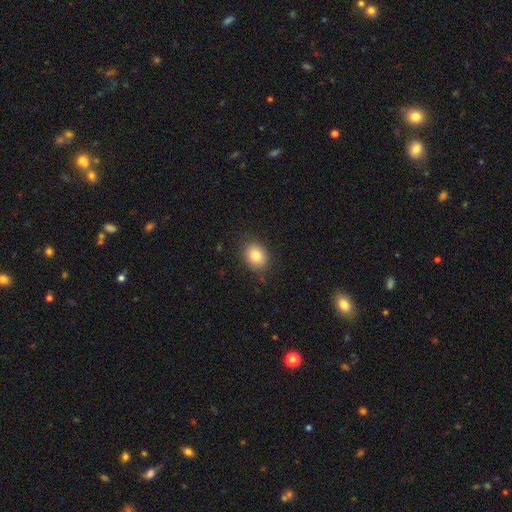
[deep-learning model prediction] Q: Smooth or featured?
A: smooth (82%); runner-up: star or artifact (10%)
Q: How rounded?
A: round (56%); runner-up: in between (43%)
Q: Merging?
A: none (85%); runner-up: minor disturbance (11%)